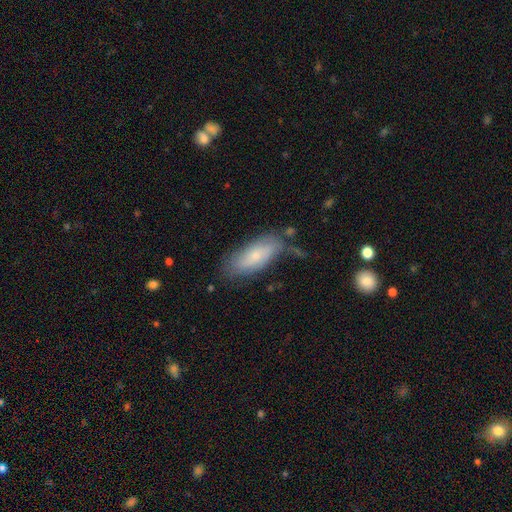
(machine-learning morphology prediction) Q: Smooth or featured?
A: smooth (62%); runner-up: featured or disk (31%)
Q: How rounded?
A: in between (76%); runner-up: cigar-shaped (21%)
Q: Merging?
A: none (58%); runner-up: minor disturbance (27%)